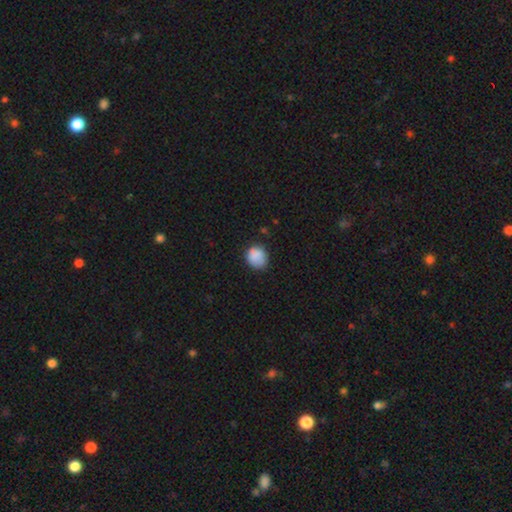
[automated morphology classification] Overall: smooth (86%). How rounded: round (73%). Merging: none (75%).